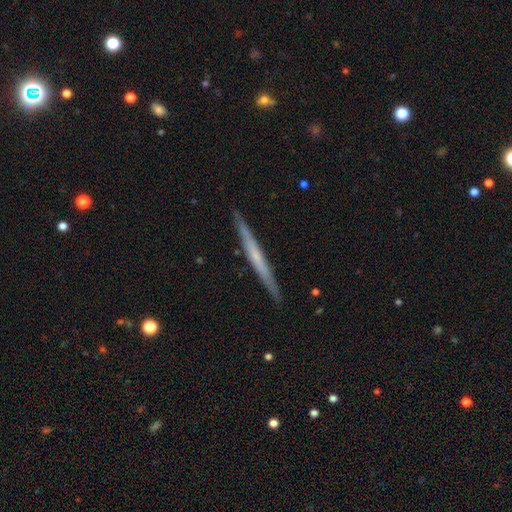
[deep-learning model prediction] featured or disk 57%, smooth 37%, star or artifact 5%. Down the decision tree: edge-on disk — yes (97%); edge-on bulge — none (75%); merging — none (91%).